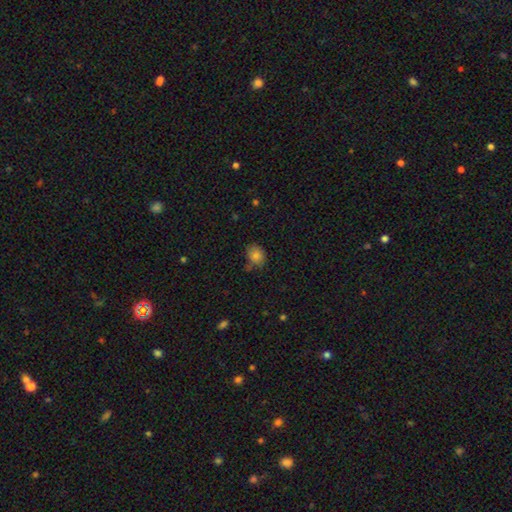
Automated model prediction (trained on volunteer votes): Morphology: type=smooth (81%); roundness=round (53%); merging=none (64%).